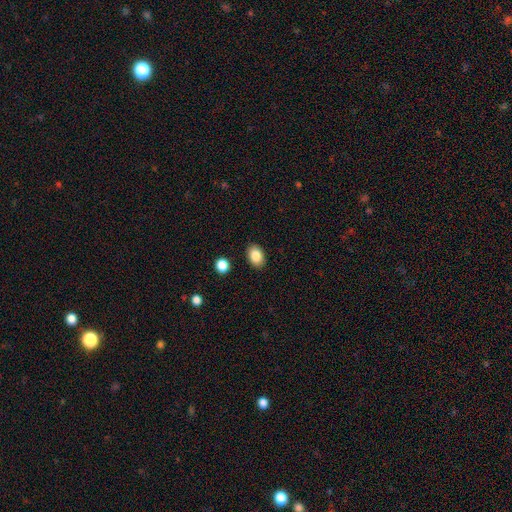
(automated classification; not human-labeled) Smooth or featured? smooth (85%)
How rounded? in between (79%)
Merging? none (88%)